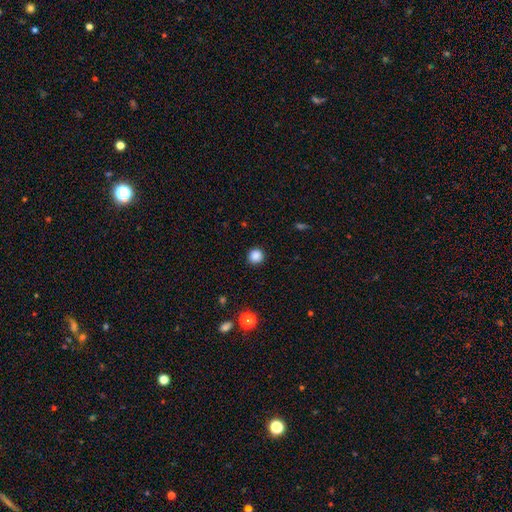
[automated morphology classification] type=smooth (86%); roundness=round (94%); merging=none (92%).